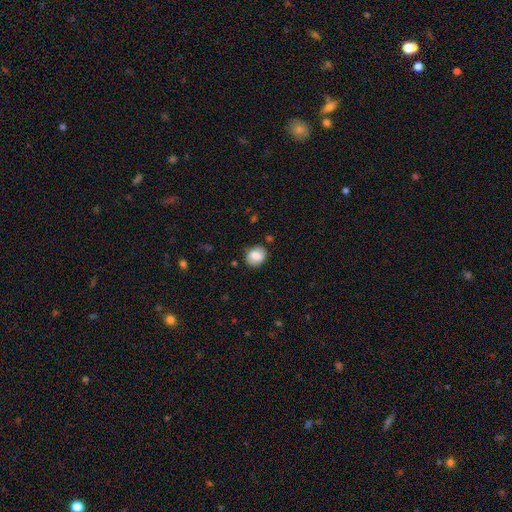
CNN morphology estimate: Smooth or featured?
  - smooth: 79% *
  - featured or disk: 13%
  - star or artifact: 8%
How rounded?
  - round: 50% *
  - in between: 49%
  - cigar-shaped: 1%
Merging?
  - none: 77% *
  - minor disturbance: 16%
  - major disturbance: 4%
  - merger: 2%